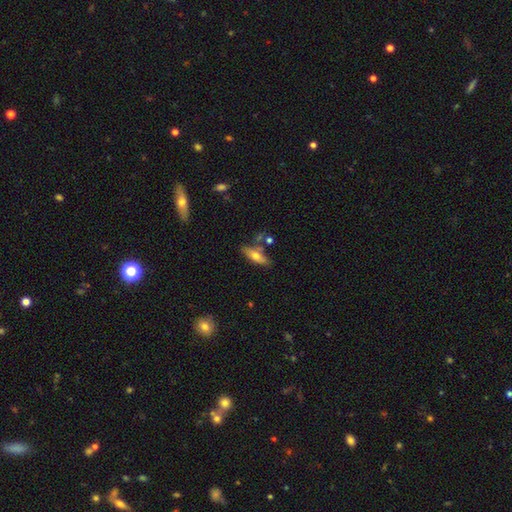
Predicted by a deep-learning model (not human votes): Q: Smooth or featured?
A: smooth (61%); runner-up: featured or disk (31%)
Q: How rounded?
A: in between (60%); runner-up: cigar-shaped (37%)
Q: Merging?
A: none (64%); runner-up: minor disturbance (18%)